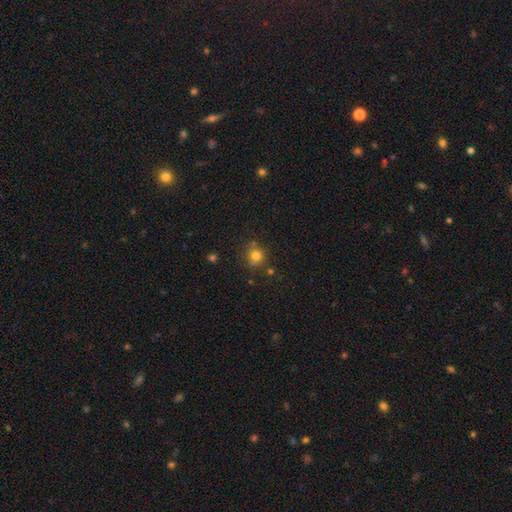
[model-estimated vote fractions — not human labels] Smooth or featured: smooth — 79% (star or artifact — 14%)
How rounded: round — 88% (in between — 11%)
Merging: none — 77% (minor disturbance — 13%)